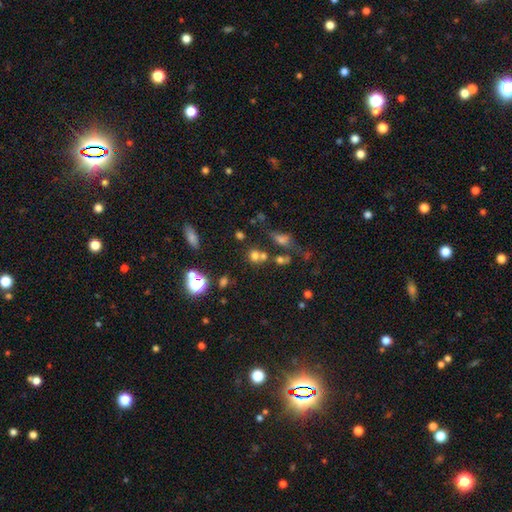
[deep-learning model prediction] This is likely a smooth galaxy (65%). How rounded: likely round (79%). Merging: possibly none (52%).